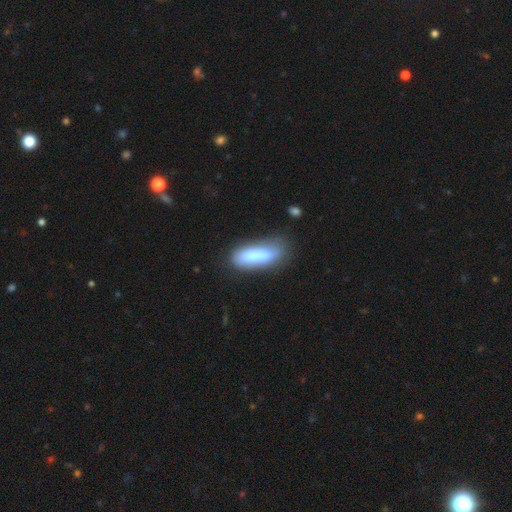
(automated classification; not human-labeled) A smooth galaxy with no disk features (75%) that is in between round and cigar-shaped (51%). Merging: none (60%).